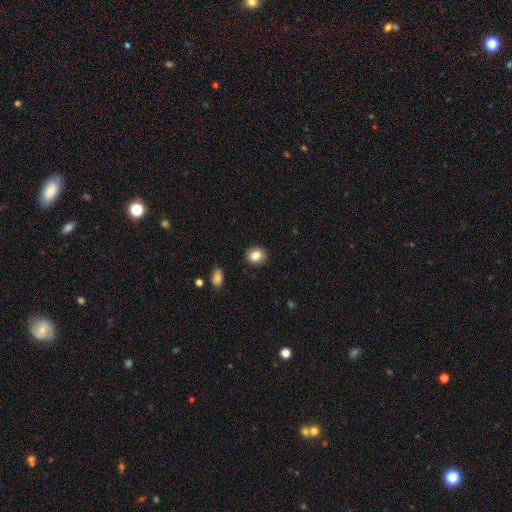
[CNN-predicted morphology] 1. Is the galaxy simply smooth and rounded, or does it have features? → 83% smooth, 9% star or artifact, 8% featured or disk.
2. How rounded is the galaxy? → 70% round, 29% in between, 1% cigar-shaped.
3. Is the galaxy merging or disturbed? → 90% none, 7% minor disturbance, 2% major disturbance, 1% merger.